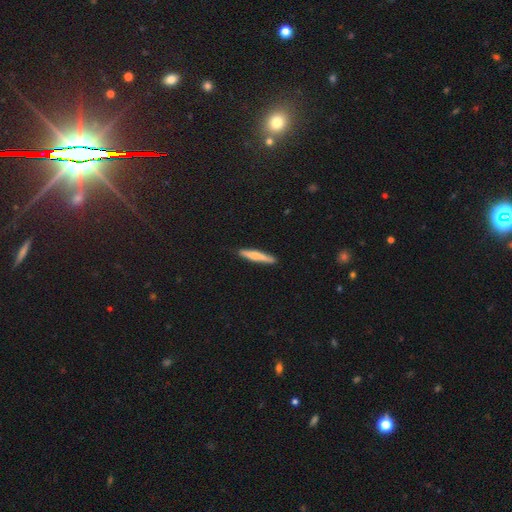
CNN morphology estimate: The model was most divided on "smooth or featured": smooth: 67%, featured or disk: 28%, star or artifact: 6%. More confident: how rounded — cigar-shaped (93%); merging — none (88%).